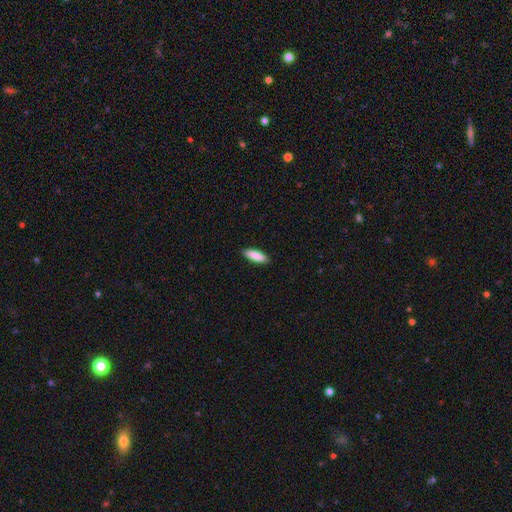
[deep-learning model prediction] Morphology: type=smooth (88%); roundness=cigar-shaped (55%); merging=none (89%).